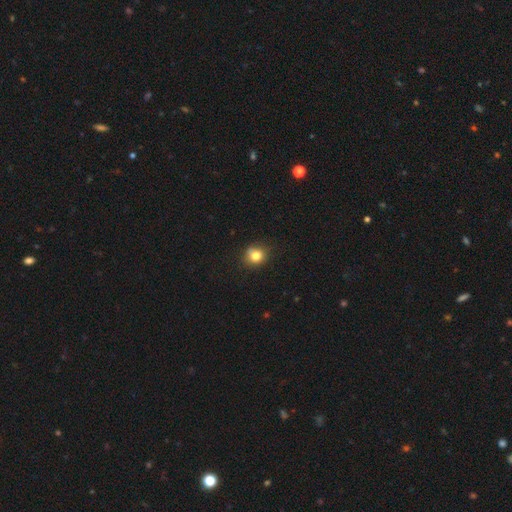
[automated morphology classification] A smooth galaxy with no disk features (79%) that is round (80%). Merging: none (77%).